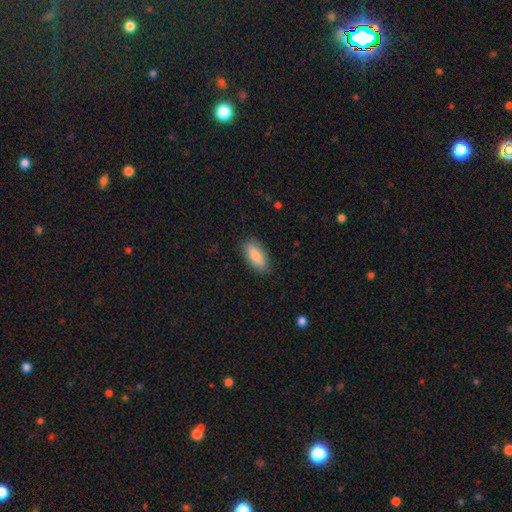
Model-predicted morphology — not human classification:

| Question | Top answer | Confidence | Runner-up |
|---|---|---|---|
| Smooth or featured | smooth | 84% | featured or disk (9%) |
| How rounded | in between | 77% | cigar-shaped (21%) |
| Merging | none | 86% | minor disturbance (11%) |